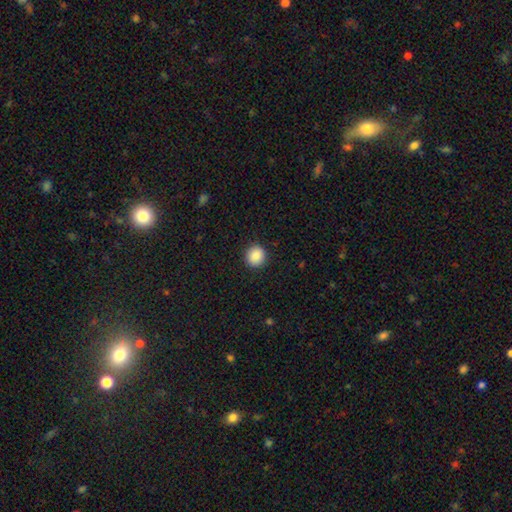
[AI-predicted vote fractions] This appears to be a smooth galaxy with no disk features (88%) that is round (88%). Merging: none (92%).